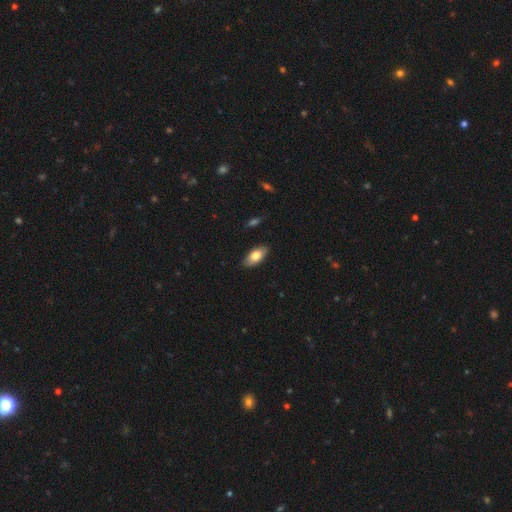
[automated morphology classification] smooth_or_featured: smooth (p=0.77) [alt: featured or disk p=0.17]
how_rounded: in between (p=0.91) [alt: cigar-shaped p=0.06]
merging: none (p=0.87) [alt: minor disturbance p=0.10]